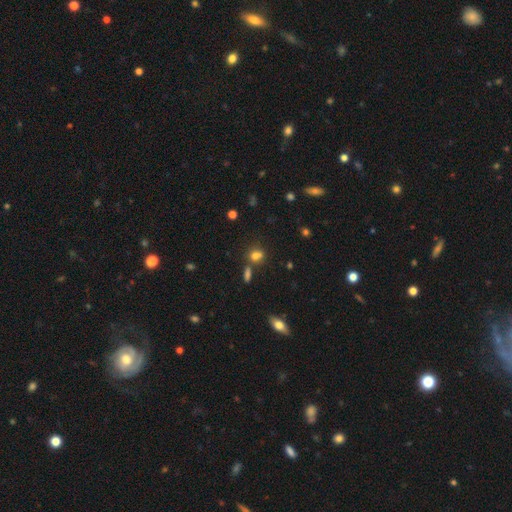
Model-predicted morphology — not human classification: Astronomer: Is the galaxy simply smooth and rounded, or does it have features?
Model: smooth — 73%.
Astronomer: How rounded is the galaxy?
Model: round — 55% (runner-up: in between, 42%).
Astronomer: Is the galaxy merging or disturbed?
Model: none — 58%.